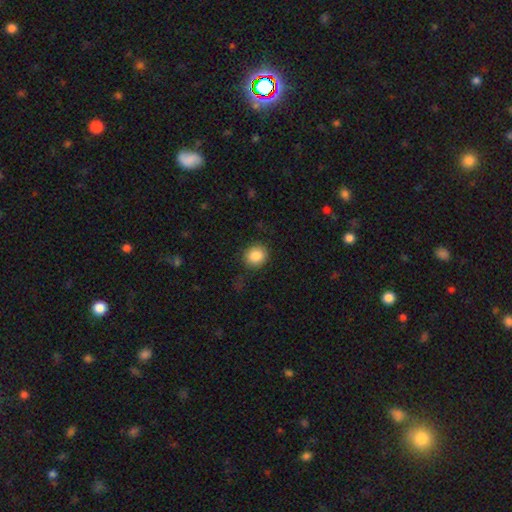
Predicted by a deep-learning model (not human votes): Overall: smooth (86%). How rounded: round (81%). Merging: none (82%).